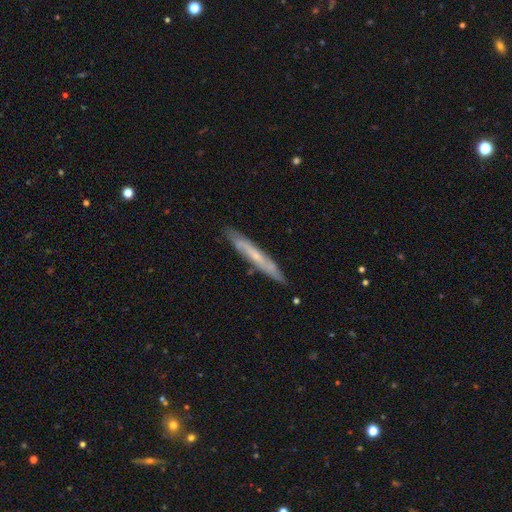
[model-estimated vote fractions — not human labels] Smooth or featured? featured or disk (54%)
Edge-on disk? yes (82%)
Merging? none (84%)